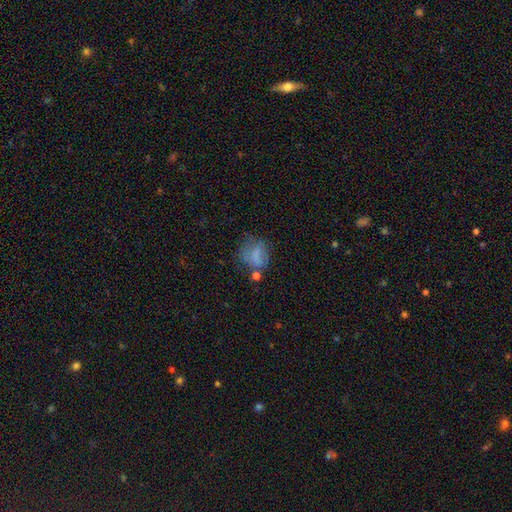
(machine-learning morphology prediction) Overall: smooth (62%; featured or disk 24%). How rounded: in between (52%; round 47%). Merging: none (36%; major disturbance 26%).